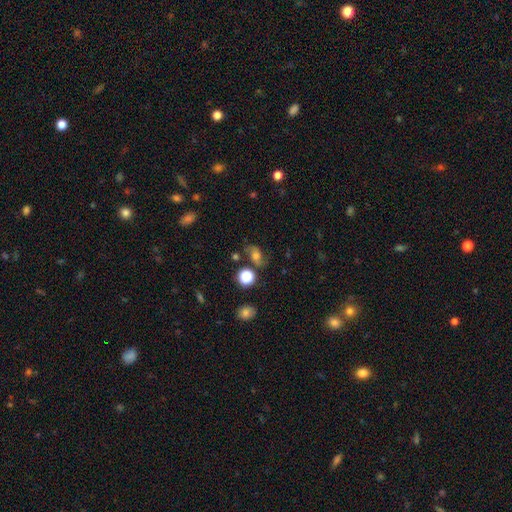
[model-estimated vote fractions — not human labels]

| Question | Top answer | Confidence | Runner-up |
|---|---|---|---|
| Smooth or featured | featured or disk | 45% | smooth (37%) |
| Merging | none | 68% | minor disturbance (18%) |